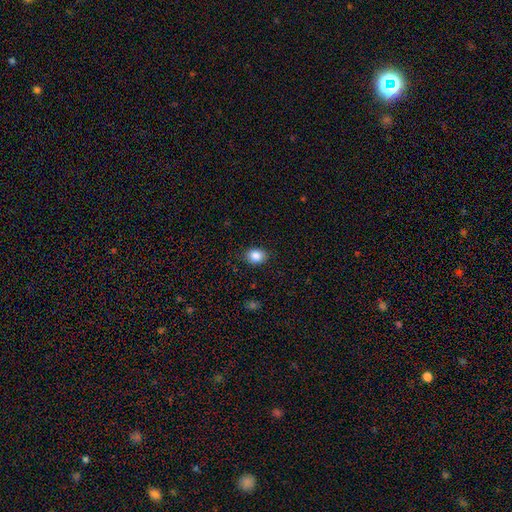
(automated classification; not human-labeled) Morphology: type=smooth (86%); roundness=in between (56%); merging=none (86%).